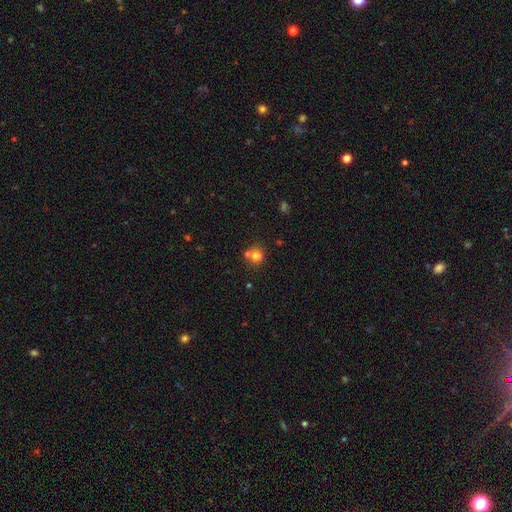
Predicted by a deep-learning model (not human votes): Q: Smooth or featured?
A: smooth (73%); runner-up: star or artifact (14%)
Q: How rounded?
A: round (80%); runner-up: in between (19%)
Q: Merging?
A: none (48%); runner-up: merger (40%)